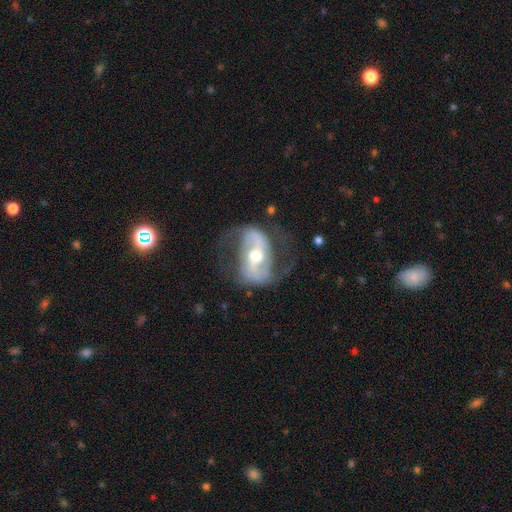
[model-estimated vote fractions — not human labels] smooth-or-featured: featured or disk: 86% | smooth: 8% | star or artifact: 5%
  disk-edge-on: no: 96% | yes: 4%
    bar: strong: 40% | weak: 37% | no: 22%
    has-spiral-arms: yes: 91% | no: 9%
      spiral-winding: medium: 46% | loose: 40% | tight: 14%
      spiral-arm-count: 2: 90% | can't tell: 5% | 1: 2% | 3: 1% | 4: 1% | more than 4: 1%
    bulge-size: moderate: 70% | small: 18% | large: 10% | dominant: 1% | none: 1%
  merging: none: 66% | minor disturbance: 17% | major disturbance: 15% | merger: 2%